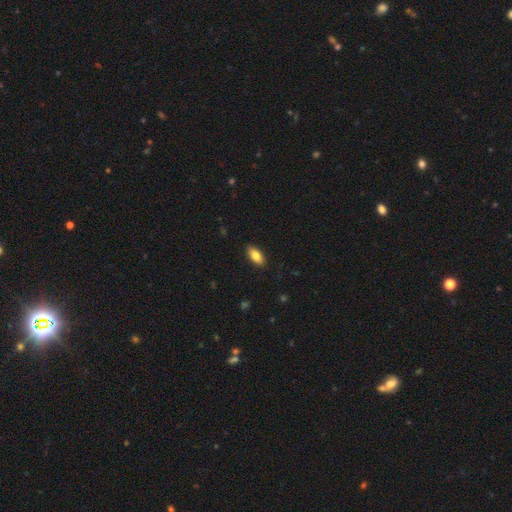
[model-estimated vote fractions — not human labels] smooth-or-featured: smooth: 83% | featured or disk: 10% | star or artifact: 7%
  how-rounded: in between: 88% | cigar-shaped: 9% | round: 3%
  merging: none: 87% | minor disturbance: 10% | major disturbance: 2% | merger: 1%